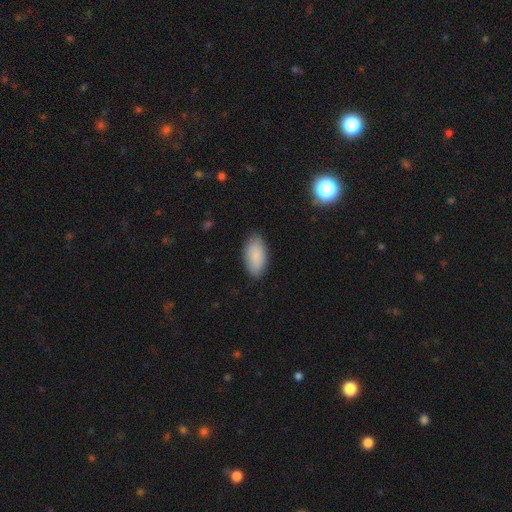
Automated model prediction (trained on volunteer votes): This appears to be a smooth galaxy with no disk features (88%) that is in between round and cigar-shaped (94%). Merging: none (85%).